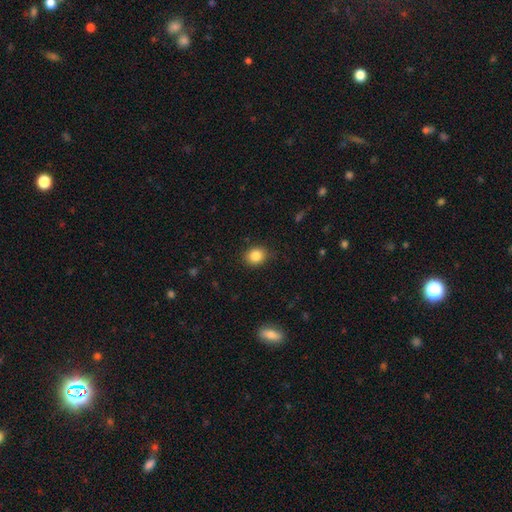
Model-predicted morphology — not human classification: This appears to be a smooth galaxy with no disk features (85%) that is round (65%). Merging: none (85%).